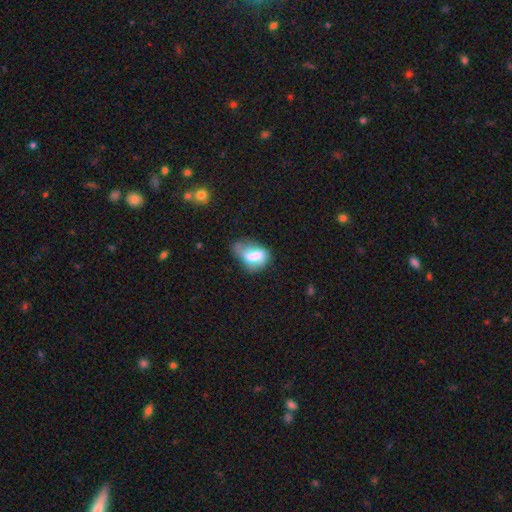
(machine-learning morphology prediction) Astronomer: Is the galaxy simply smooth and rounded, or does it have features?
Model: smooth — 54% (runner-up: featured or disk, 37%).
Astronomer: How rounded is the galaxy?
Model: in between — 81%.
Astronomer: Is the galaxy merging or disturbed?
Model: minor disturbance — 31% (runner-up: major disturbance, 28%).